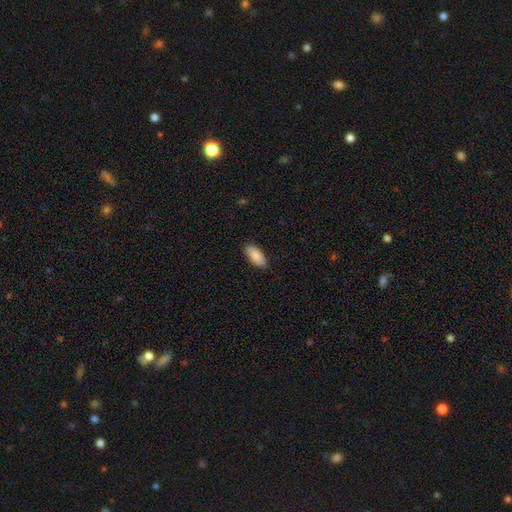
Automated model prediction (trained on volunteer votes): smooth 87%, featured or disk 7%, star or artifact 6%. Down the decision tree: how rounded — in between (91%); merging — none (85%).